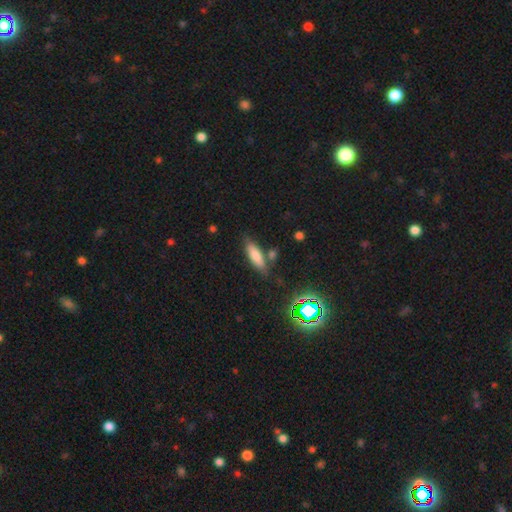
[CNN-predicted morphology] This appears to be a smooth galaxy with no disk features (75%) that is in between round and cigar-shaped (51%). Merging: none (73%).